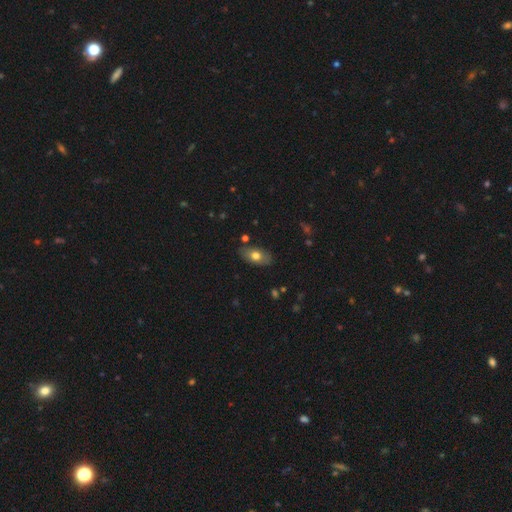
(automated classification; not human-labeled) smooth 70%, featured or disk 22%, star or artifact 8%. Down the decision tree: how rounded — in between (89%); merging — none (83%).